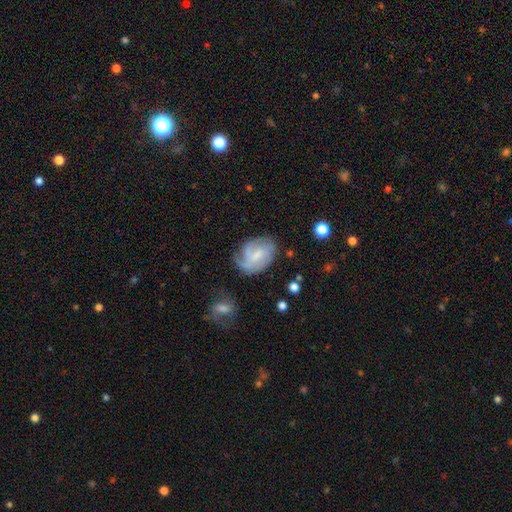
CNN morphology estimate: A featured or disk galaxy (63%) with a weak bar (49%), medium (40%) spiral arms (86%) and a small central bulge (39%).

Vote fractions:
- Smooth or featured? featured or disk: 63% / smooth: 29% / star or artifact: 8%
- Edge-on disk? no: 97% / yes: 3%
- Bar? weak: 49% / no: 40% / strong: 11%
- Spiral arms? yes: 86% / no: 14%
- Spiral winding? medium: 40% / tight: 35% / loose: 24%
- Spiral arm count? can't tell: 32% / 2: 25% / 3: 23% / 1: 10% / 4: 6% / more than 4: 4%
- Bulge size? small: 39% / moderate: 30% / none: 26% / large: 4% / dominant: 1%
- Merging? none: 55% / minor disturbance: 26% / major disturbance: 16% / merger: 3%